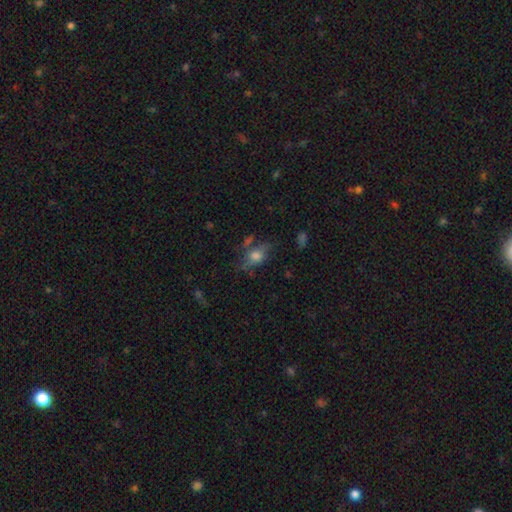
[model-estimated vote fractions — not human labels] Overall: smooth (59%; featured or disk 27%). How rounded: in between (73%). Merging: none (50%; minor disturbance 23%).